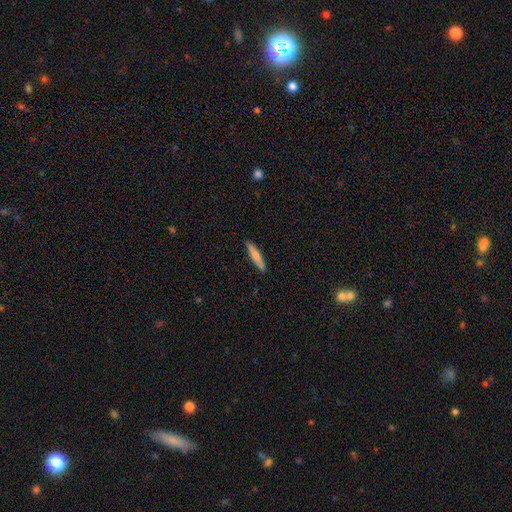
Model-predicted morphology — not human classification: Smooth or featured?
  - smooth: 72% *
  - featured or disk: 23%
  - star or artifact: 5%
How rounded?
  - cigar-shaped: 88% *
  - in between: 10%
  - round: 1%
Merging?
  - none: 90% *
  - minor disturbance: 7%
  - major disturbance: 1%
  - merger: 1%